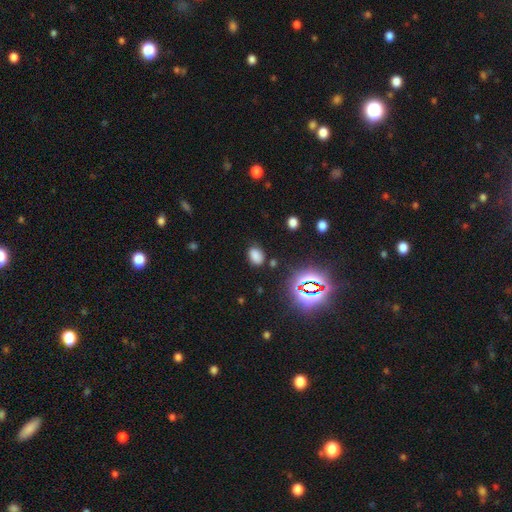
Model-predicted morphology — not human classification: smooth-or-featured: smooth: 72% | star or artifact: 22% | featured or disk: 7%
  how-rounded: in between: 76% | round: 22% | cigar-shaped: 1%
  merging: none: 78% | minor disturbance: 15% | major disturbance: 4% | merger: 3%